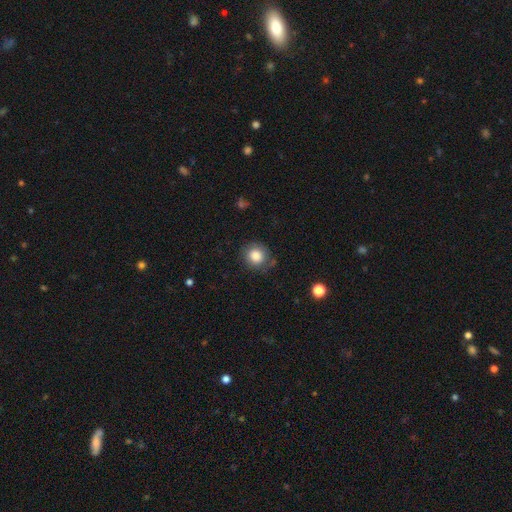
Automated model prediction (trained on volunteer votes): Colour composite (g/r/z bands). It shows a smooth galaxy with no disk features (83%) that is round (86%). Merging: none (75%).